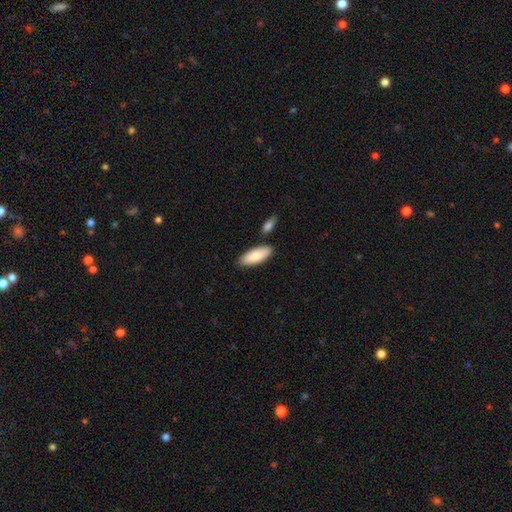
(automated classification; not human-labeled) Morphology: type=smooth (86%); roundness=in between (78%); merging=none (79%).